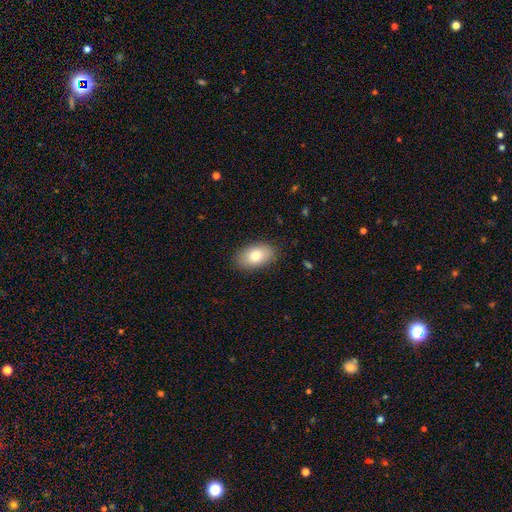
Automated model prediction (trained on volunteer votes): Overall: smooth (82%). How rounded: in between (92%). Merging: none (86%).